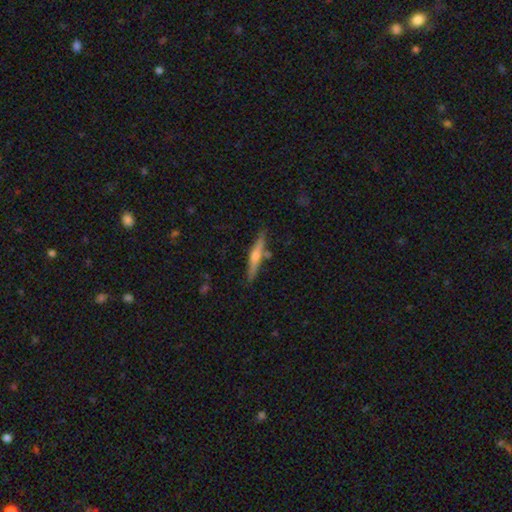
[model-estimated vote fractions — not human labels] Overall: featured or disk (60%; smooth 34%). Edge-on disk: yes (97%). Edge-on bulge: rounded (79%). Merging: none (84%).